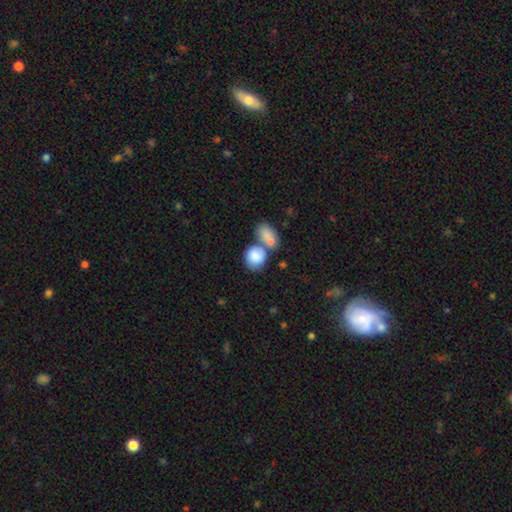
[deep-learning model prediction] Q: Smooth or featured?
A: smooth (85%); runner-up: featured or disk (9%)
Q: How rounded?
A: round (62%); runner-up: in between (37%)
Q: Merging?
A: merger (50%); runner-up: none (34%)